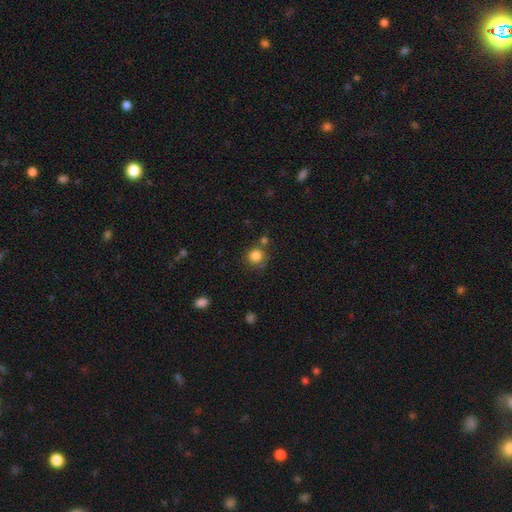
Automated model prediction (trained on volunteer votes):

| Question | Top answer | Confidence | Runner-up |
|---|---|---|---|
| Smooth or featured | smooth | 84% | star or artifact (11%) |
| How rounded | round | 91% | in between (8%) |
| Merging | none | 72% | merger (13%) |